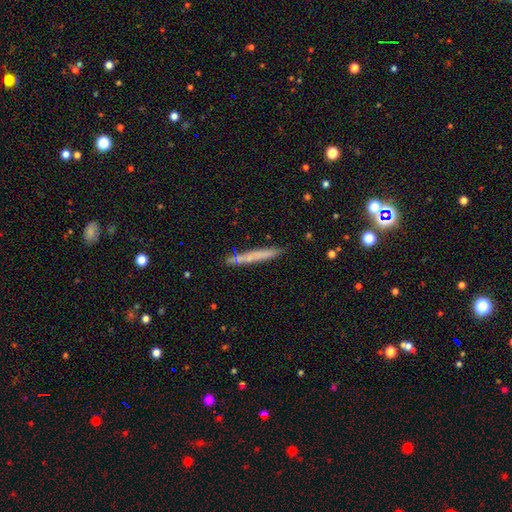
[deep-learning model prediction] Smooth or featured: smooth — 61% (featured or disk — 32%)
How rounded: cigar-shaped — 97% (in between — 2%)
Merging: none — 85% (minor disturbance — 11%)